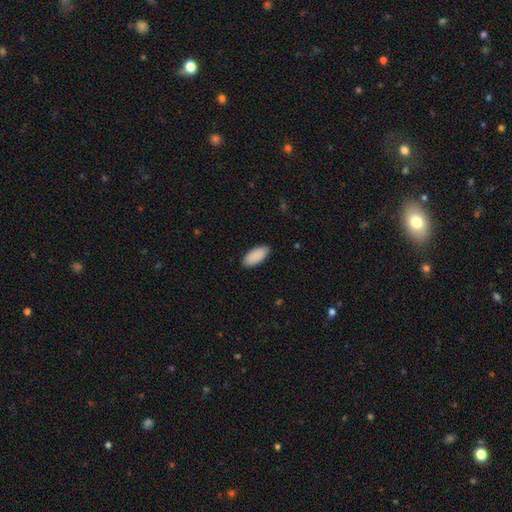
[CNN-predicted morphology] smooth-or-featured: smooth: 91% | star or artifact: 6% | featured or disk: 4%
  how-rounded: in between: 92% | cigar-shaped: 7% | round: 2%
  merging: none: 86% | minor disturbance: 11% | major disturbance: 2% | merger: 1%